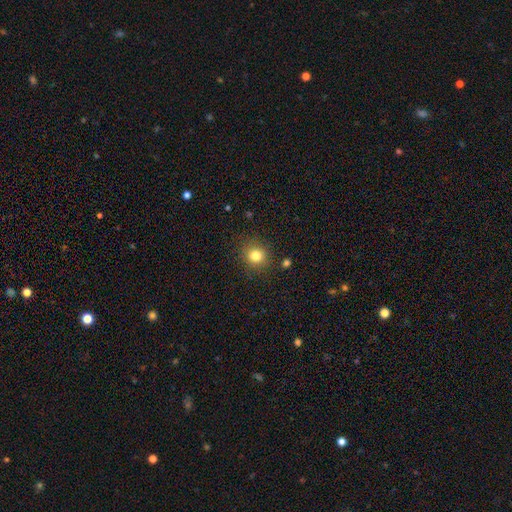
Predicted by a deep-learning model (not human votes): smooth-or-featured: smooth: 81% | star or artifact: 12% | featured or disk: 6%
  how-rounded: round: 89% | in between: 10% | cigar-shaped: 1%
  merging: none: 88% | minor disturbance: 7% | major disturbance: 3% | merger: 2%